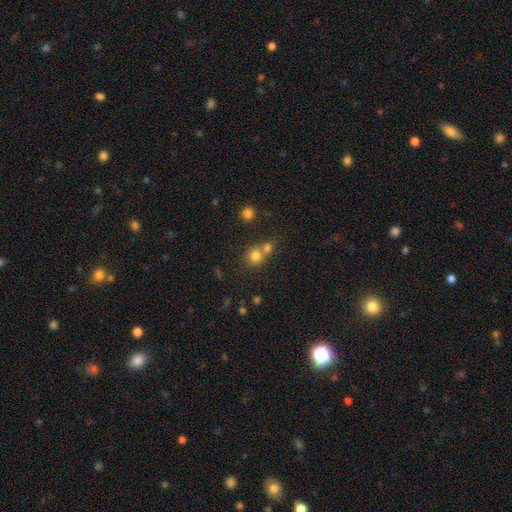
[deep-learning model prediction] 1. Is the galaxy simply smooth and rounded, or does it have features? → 76% smooth, 14% star or artifact, 10% featured or disk.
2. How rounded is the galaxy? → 84% round, 15% in between, 1% cigar-shaped.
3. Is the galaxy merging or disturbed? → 46% merger, 45% none, 6% minor disturbance, 3% major disturbance.